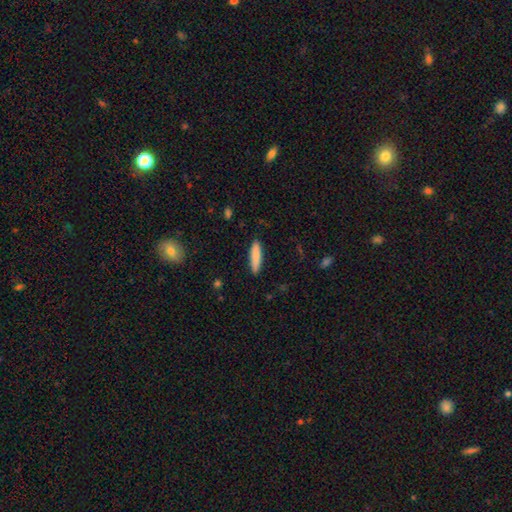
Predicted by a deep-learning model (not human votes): smooth 84%, featured or disk 10%, star or artifact 6%. Down the decision tree: how rounded — cigar-shaped (79%); merging — none (89%).